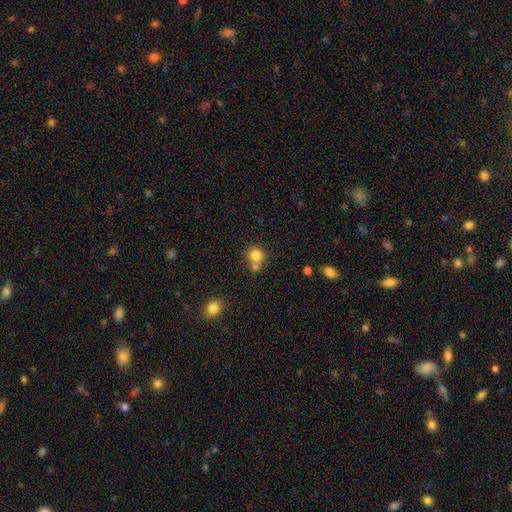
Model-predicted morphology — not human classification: Smooth or featured? smooth (81%)
How rounded? round (87%)
Merging? none (53%)